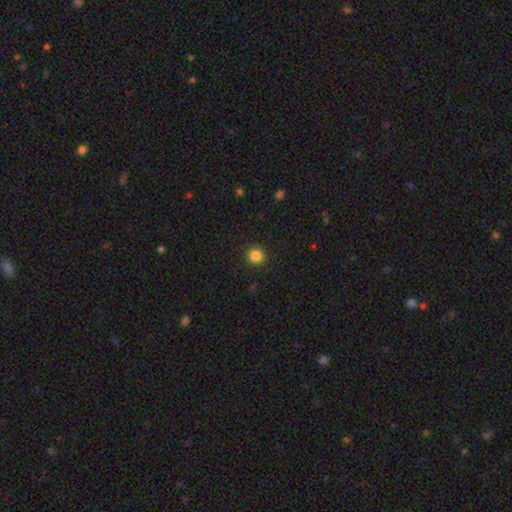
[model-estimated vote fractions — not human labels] Q: Smooth or featured?
A: smooth (85%); runner-up: star or artifact (12%)
Q: How rounded?
A: round (93%); runner-up: in between (6%)
Q: Merging?
A: none (92%); runner-up: minor disturbance (5%)